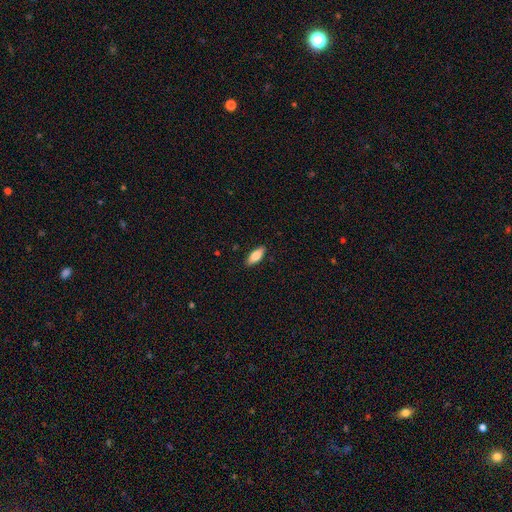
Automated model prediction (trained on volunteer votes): Smooth or featured: smooth — 81% (featured or disk — 13%)
How rounded: in between — 78% (cigar-shaped — 20%)
Merging: none — 88% (minor disturbance — 9%)